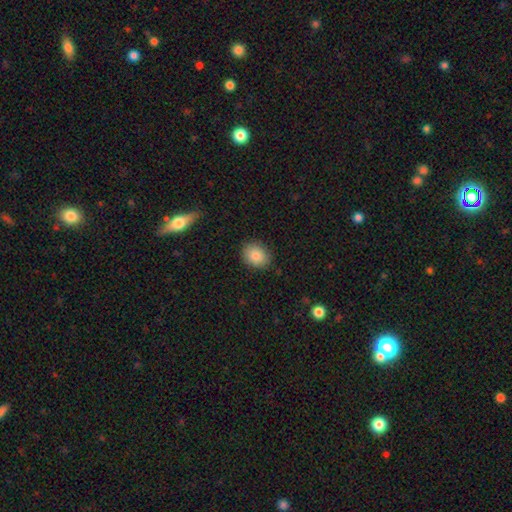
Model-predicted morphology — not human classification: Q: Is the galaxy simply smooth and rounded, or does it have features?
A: smooth — 83%.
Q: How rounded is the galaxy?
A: round — 60%.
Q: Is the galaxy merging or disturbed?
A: none — 87%.